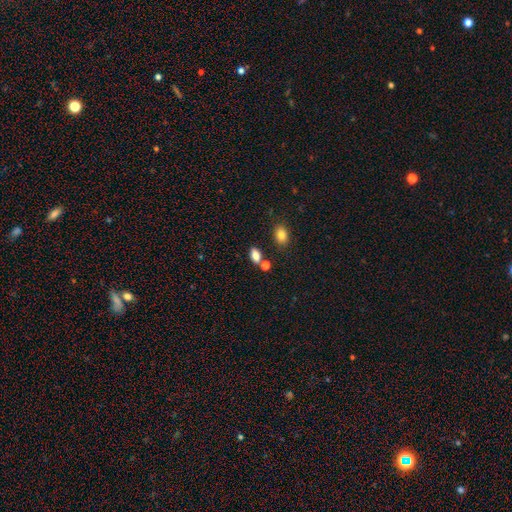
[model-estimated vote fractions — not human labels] Smooth or featured?
  - smooth: 83% *
  - star or artifact: 11%
  - featured or disk: 7%
How rounded?
  - in between: 86% *
  - round: 11%
  - cigar-shaped: 4%
Merging?
  - none: 68% *
  - merger: 16%
  - minor disturbance: 12%
  - major disturbance: 4%